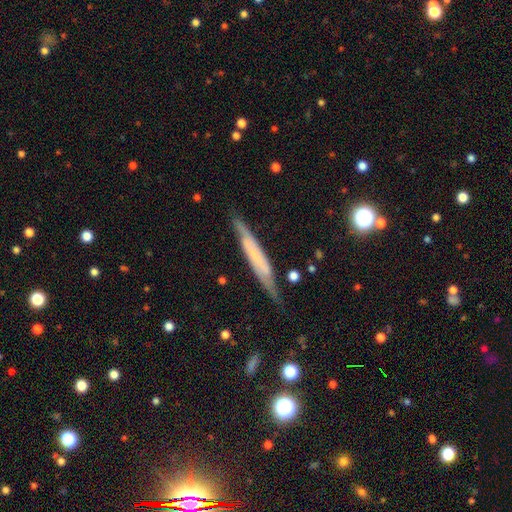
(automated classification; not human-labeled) Overall: featured or disk (55%; smooth 38%). Edge-on disk: yes (83%). Merging: none (74%).